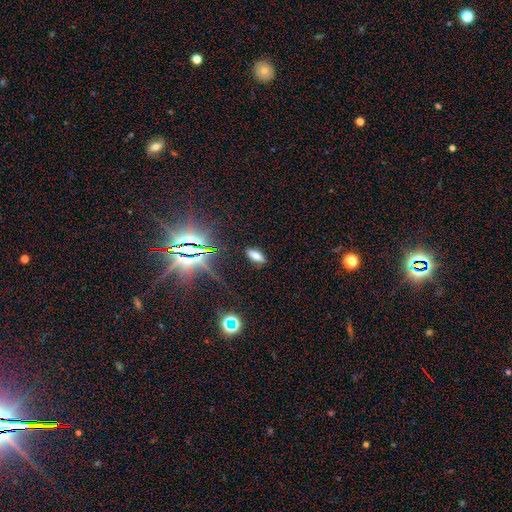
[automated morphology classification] Smooth or featured: smooth — 67% (star or artifact — 22%)
How rounded: in between — 79% (cigar-shaped — 17%)
Merging: none — 86% (minor disturbance — 9%)